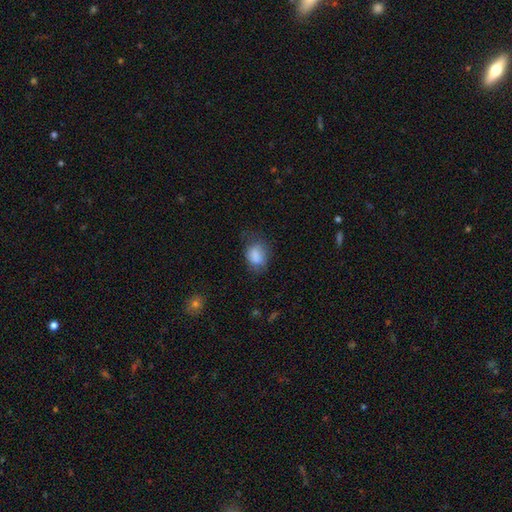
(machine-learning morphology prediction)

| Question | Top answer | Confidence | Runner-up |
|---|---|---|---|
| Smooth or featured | smooth | 82% | featured or disk (10%) |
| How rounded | in between | 68% | round (31%) |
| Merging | none | 55% | minor disturbance (29%) |